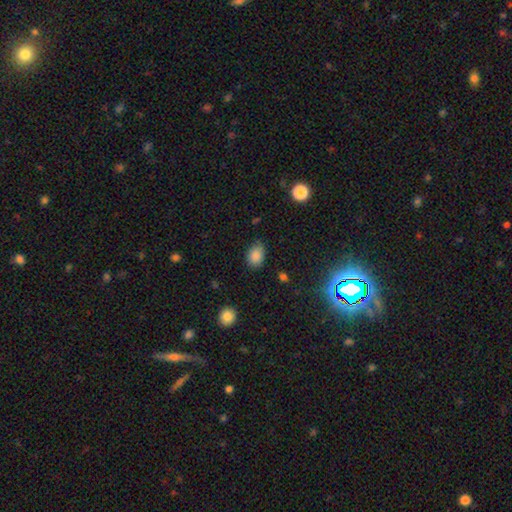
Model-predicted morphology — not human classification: Smooth or featured? Predicted: smooth (p=0.85). How rounded? Predicted: in between (p=0.78). Merging? Predicted: none (p=0.71).